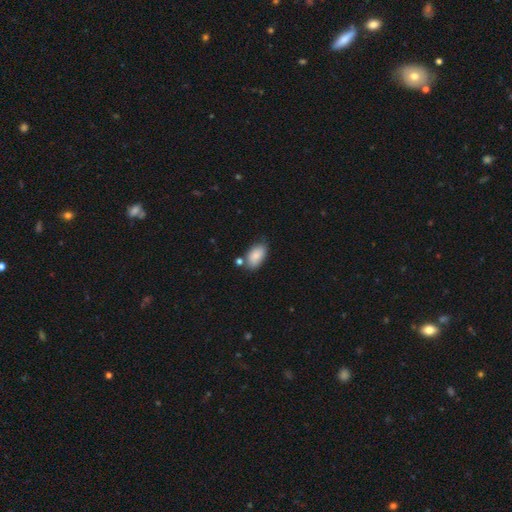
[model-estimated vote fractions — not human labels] Smooth or featured? Predicted: smooth (p=0.85). How rounded? Predicted: in between (p=0.93). Merging? Predicted: none (p=0.67).